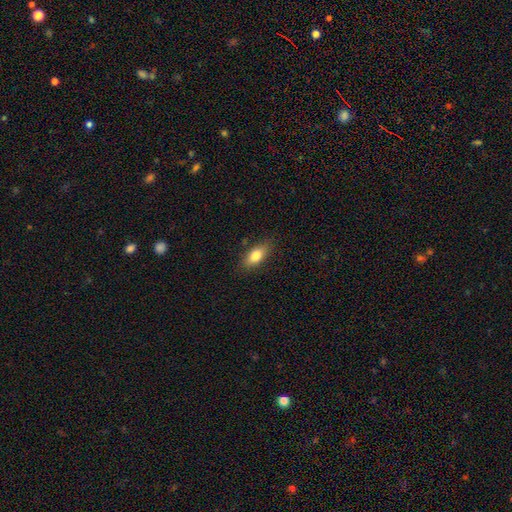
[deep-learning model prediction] Smooth or featured? Predicted: smooth (p=0.80). How rounded? Predicted: in between (p=0.84). Merging? Predicted: none (p=0.84).